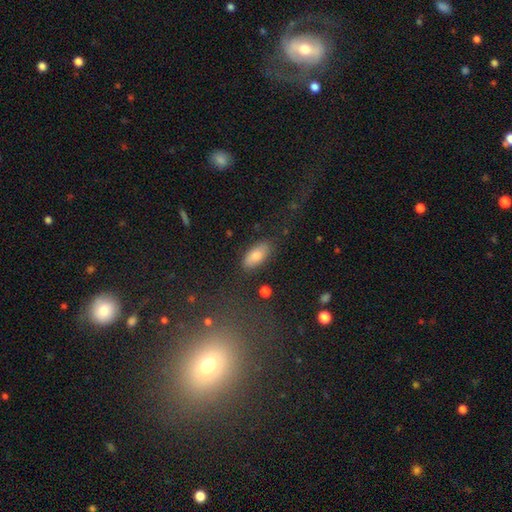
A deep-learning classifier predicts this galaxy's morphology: Overall: smooth (82%). How rounded: in between (90%). Merging: none (80%).